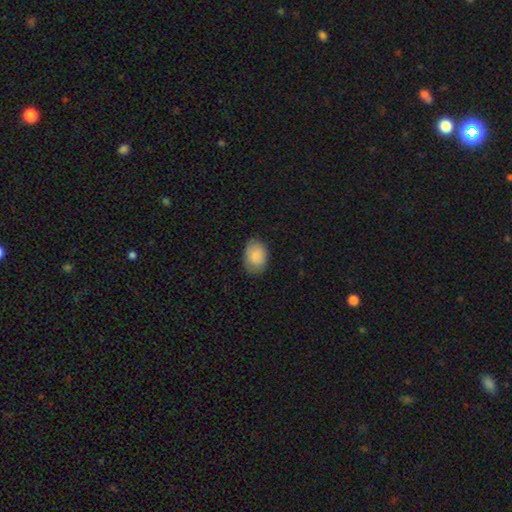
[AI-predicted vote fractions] This is clearly a smooth galaxy (87%). How rounded: clearly in between (81%). Merging: likely none (78%).